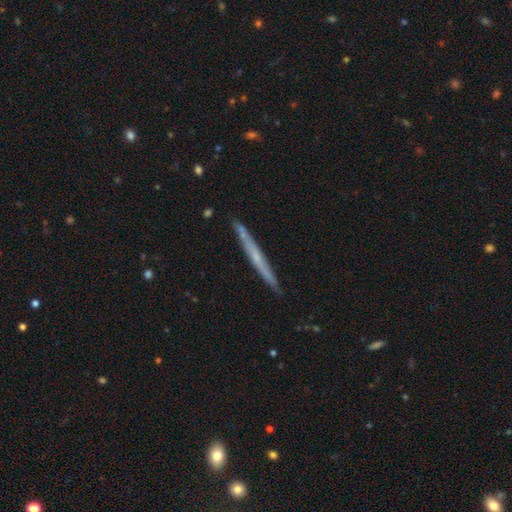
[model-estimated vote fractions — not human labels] smooth_or_featured: featured or disk (p=0.57) [alt: smooth p=0.37]
disk_edge_on: yes (p=0.96) [alt: no p=0.04]
edge_on_bulge: none (p=0.72) [alt: rounded p=0.23]
merging: none (p=0.89) [alt: minor disturbance p=0.08]